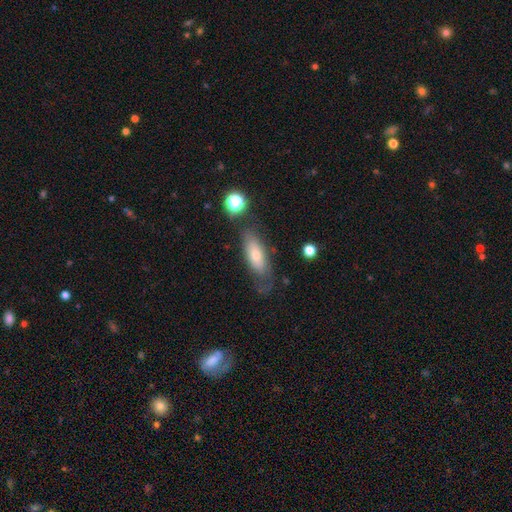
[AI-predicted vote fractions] smooth-or-featured: smooth: 59% | featured or disk: 34% | star or artifact: 8%
  how-rounded: in between: 70% | cigar-shaped: 27% | round: 3%
  merging: none: 59% | minor disturbance: 24% | major disturbance: 13% | merger: 4%